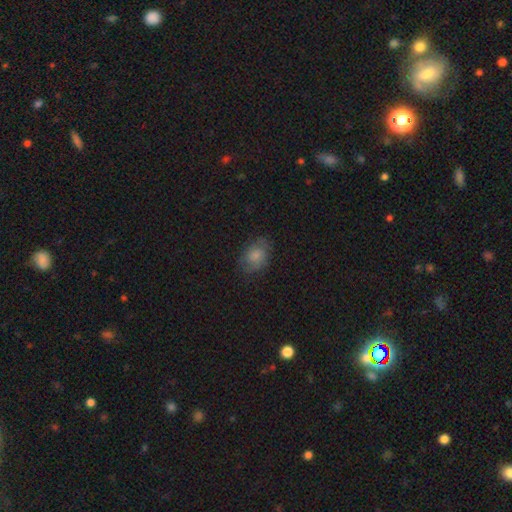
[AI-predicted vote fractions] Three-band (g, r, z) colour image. It shows a smooth galaxy with no disk features (72%) that is in between round and cigar-shaped (74%). Merging: none (71%).